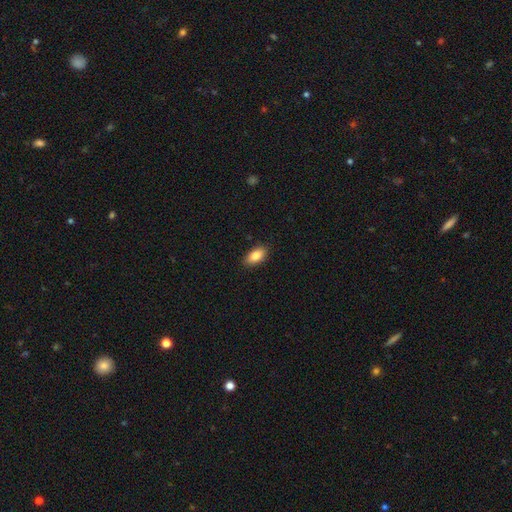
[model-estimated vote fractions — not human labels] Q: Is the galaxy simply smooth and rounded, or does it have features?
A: smooth — 84%.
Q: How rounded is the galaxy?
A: in between — 91%.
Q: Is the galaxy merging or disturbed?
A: none — 88%.